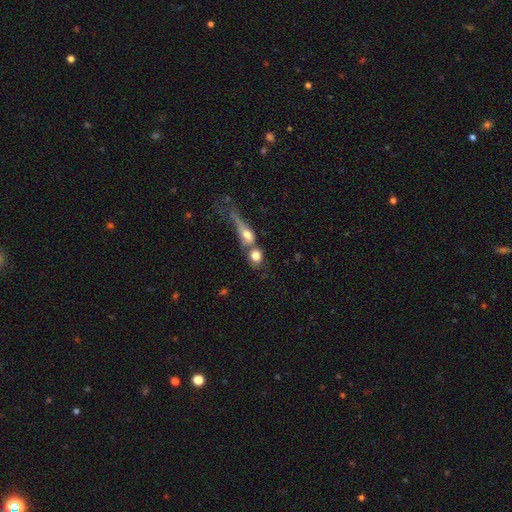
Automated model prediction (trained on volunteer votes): smooth_or_featured: smooth (p=0.74) [alt: featured or disk p=0.17]
how_rounded: round (p=0.60) [alt: in between p=0.34]
merging: merger (p=0.58) [alt: none p=0.25]